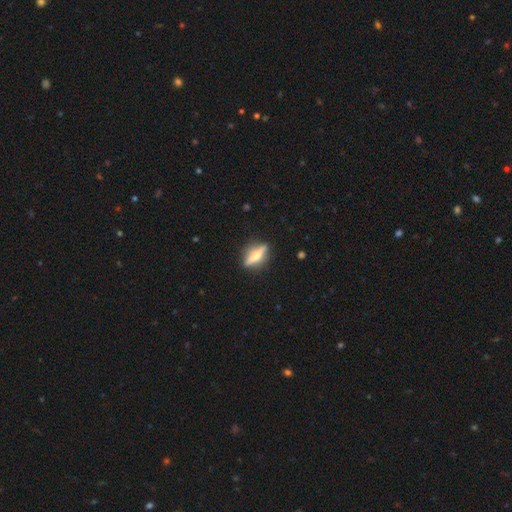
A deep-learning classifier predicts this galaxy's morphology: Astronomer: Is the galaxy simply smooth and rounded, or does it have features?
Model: featured or disk — 64%.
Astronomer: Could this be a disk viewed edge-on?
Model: yes — 91%.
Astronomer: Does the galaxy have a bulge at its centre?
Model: rounded — 83%.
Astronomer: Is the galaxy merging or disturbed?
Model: none — 87%.